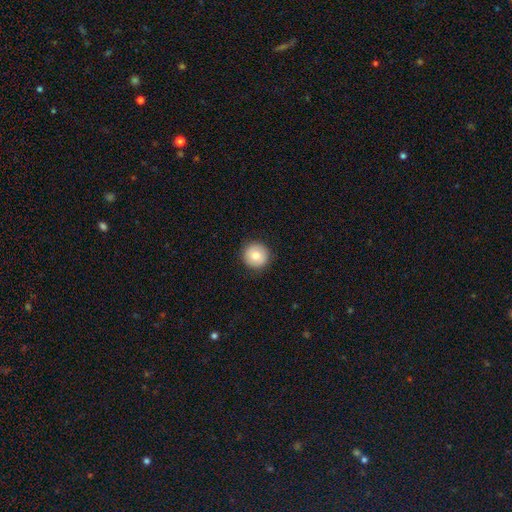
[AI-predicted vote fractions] Smooth or featured? Predicted: smooth (p=0.81). How rounded? Predicted: round (p=0.95). Merging? Predicted: none (p=0.91).